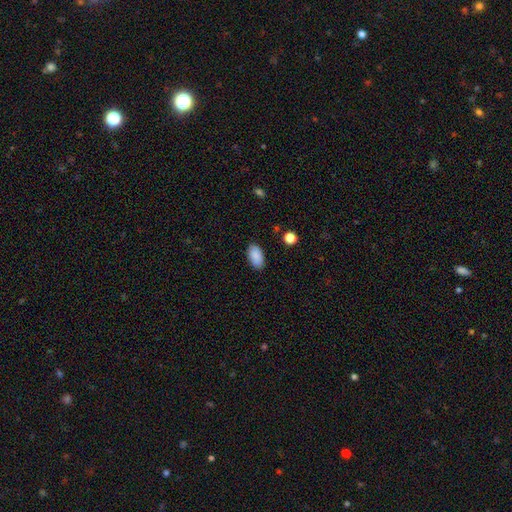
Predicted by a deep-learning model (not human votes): The model was most divided on "merging": none: 87%, minor disturbance: 10%, major disturbance: 2%, merger: 1%. More confident: how rounded — in between (94%); smooth or featured — smooth (89%).